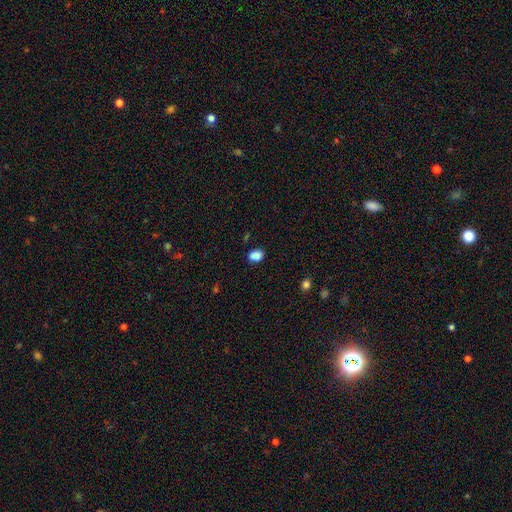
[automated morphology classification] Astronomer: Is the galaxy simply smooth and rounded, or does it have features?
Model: smooth — 85%.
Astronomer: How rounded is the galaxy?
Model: in between — 73%.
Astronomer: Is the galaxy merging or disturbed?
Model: none — 72%.